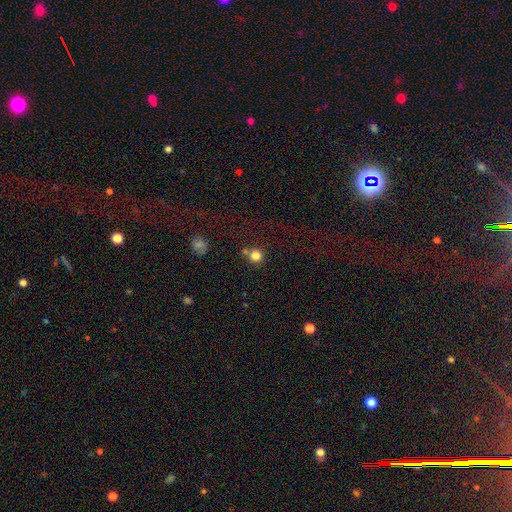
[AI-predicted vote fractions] Morphology: type=smooth (81%); roundness=round (93%); merging=none (71%).